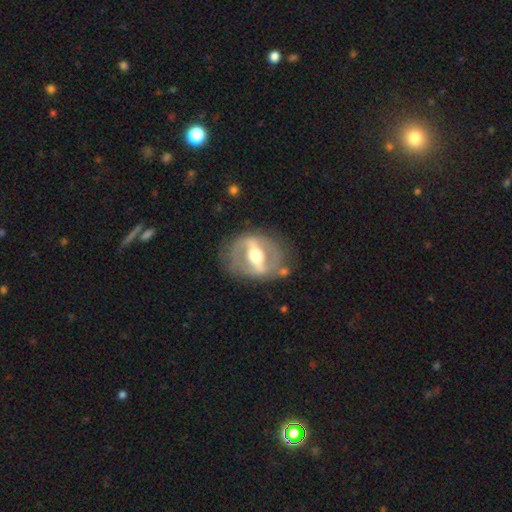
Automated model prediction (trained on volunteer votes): A featured or disk galaxy (79%) with a strong bar (75%), no spiral arms (69%) and a moderate central bulge (66%). Merging: none (75%).